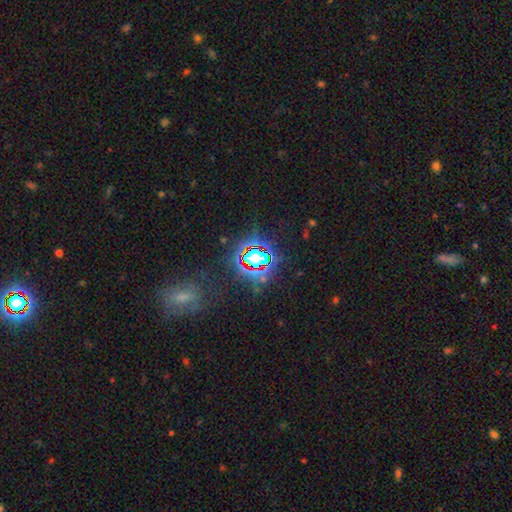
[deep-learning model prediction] star or artifact 74%, smooth 15%, featured or disk 10%.